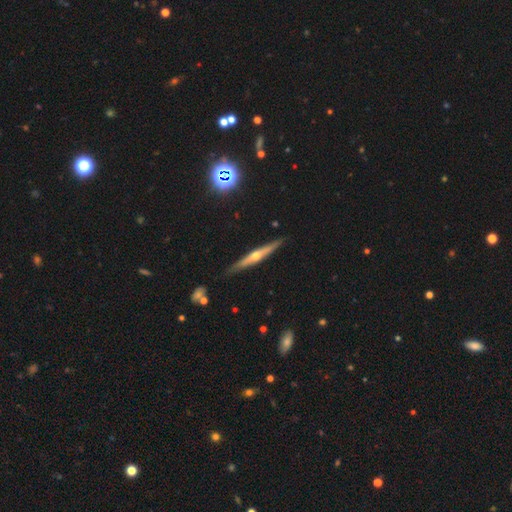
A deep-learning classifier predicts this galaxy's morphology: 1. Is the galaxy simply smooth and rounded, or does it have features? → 72% featured or disk, 21% smooth, 7% star or artifact.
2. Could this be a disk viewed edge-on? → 97% yes, 3% no.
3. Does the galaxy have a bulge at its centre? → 88% rounded, 8% none, 3% boxy.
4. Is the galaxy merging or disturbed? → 89% none, 8% minor disturbance, 2% major disturbance, 1% merger.